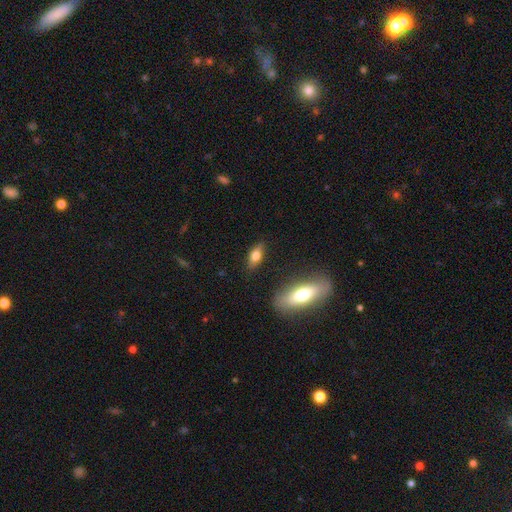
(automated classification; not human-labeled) smooth_or_featured: smooth (p=0.69) [alt: featured or disk p=0.23]
how_rounded: in between (p=0.75) [alt: cigar-shaped p=0.21]
merging: none (p=0.85) [alt: minor disturbance p=0.11]